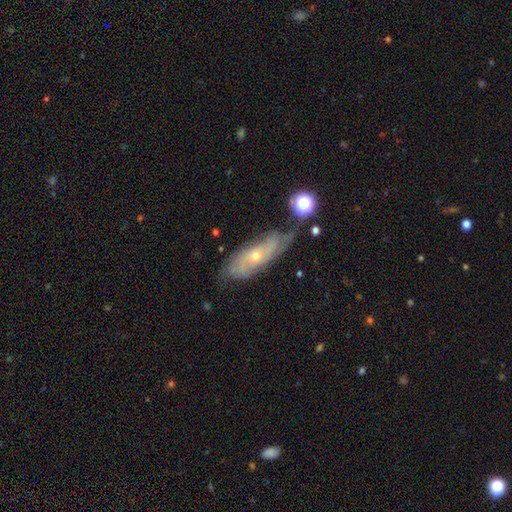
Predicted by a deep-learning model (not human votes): A featured or disk galaxy (67%) with no bar (78%), spiral arms (78%) and a small central bulge (65%).

Vote fractions:
- Smooth or featured? featured or disk: 67% / smooth: 25% / star or artifact: 8%
- Edge-on disk? no: 79% / yes: 21%
- Bar? no: 78% / weak: 18% / strong: 4%
- Spiral arms? yes: 78% / no: 22%
- Bulge size? small: 65% / moderate: 32% / none: 1% / large: 1% / dominant: 1%
- Merging? none: 59% / minor disturbance: 27% / major disturbance: 10% / merger: 4%